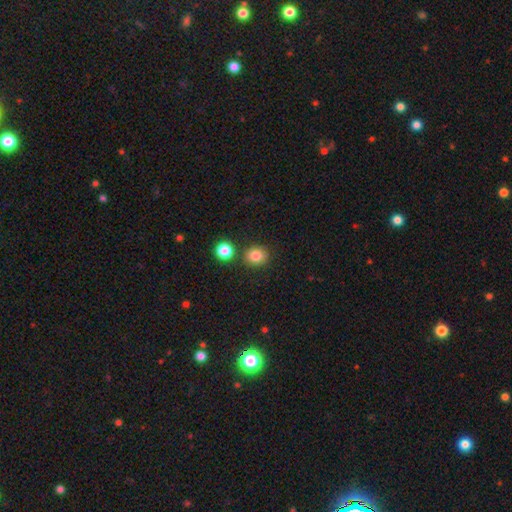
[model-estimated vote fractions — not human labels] Smooth or featured? smooth (83%)
How rounded? round (80%)
Merging? none (81%)